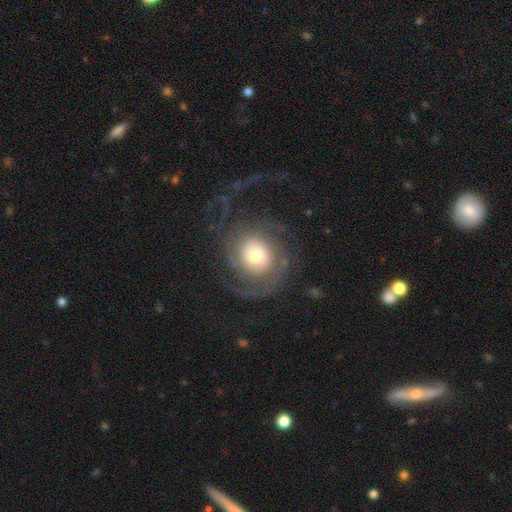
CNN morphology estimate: Overall: featured or disk (77%). Edge-on disk: no (98%). Bar: no (78%). Spiral arms: yes (91%). Spiral arm count: 2 (43%; can't tell 22%). Spiral winding: tight (50%; medium 31%). Bulge size: moderate (43%; small 26%). Merging: none (62%; major disturbance 23%).